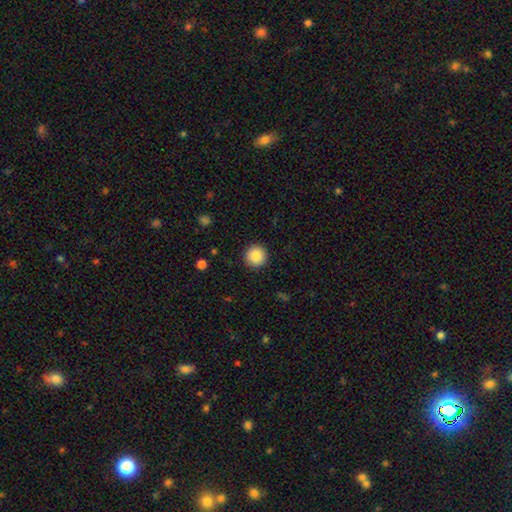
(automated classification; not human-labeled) Smooth or featured?
  - smooth: 87% *
  - star or artifact: 9%
  - featured or disk: 5%
How rounded?
  - round: 96% *
  - in between: 3%
  - cigar-shaped: 1%
Merging?
  - none: 92% *
  - minor disturbance: 5%
  - major disturbance: 2%
  - merger: 1%